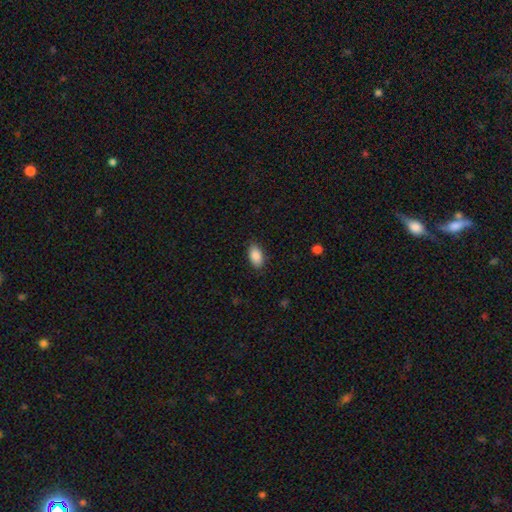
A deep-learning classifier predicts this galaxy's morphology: A smooth galaxy with no disk features (89%) that is in between round and cigar-shaped (93%).

Vote fractions:
- Smooth or featured? smooth: 89% / star or artifact: 7% / featured or disk: 4%
- How rounded? in between: 93% / round: 4% / cigar-shaped: 3%
- Merging? none: 87% / minor disturbance: 10% / major disturbance: 3% / merger: 1%